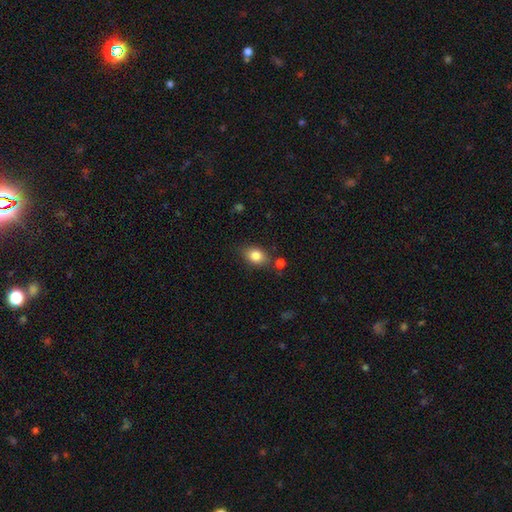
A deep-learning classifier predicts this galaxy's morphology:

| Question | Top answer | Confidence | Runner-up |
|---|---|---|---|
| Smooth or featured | smooth | 83% | star or artifact (9%) |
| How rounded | in between | 69% | round (29%) |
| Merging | none | 75% | minor disturbance (15%) |